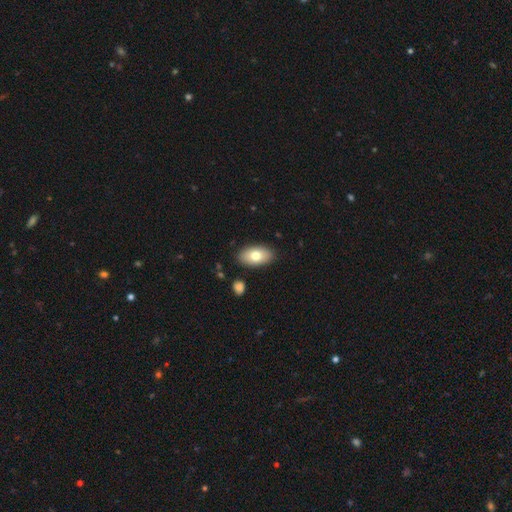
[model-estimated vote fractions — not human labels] Morphology: type=smooth (75%); roundness=in between (93%); merging=none (87%).